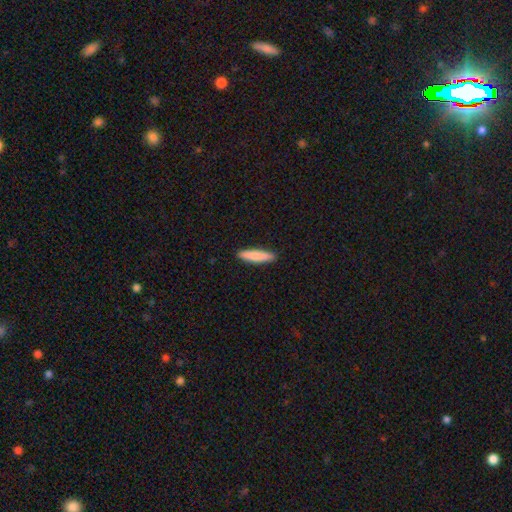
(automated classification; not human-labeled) A smooth galaxy with no disk features (82%) that is cigar-shaped (86%). Merging: none (91%).